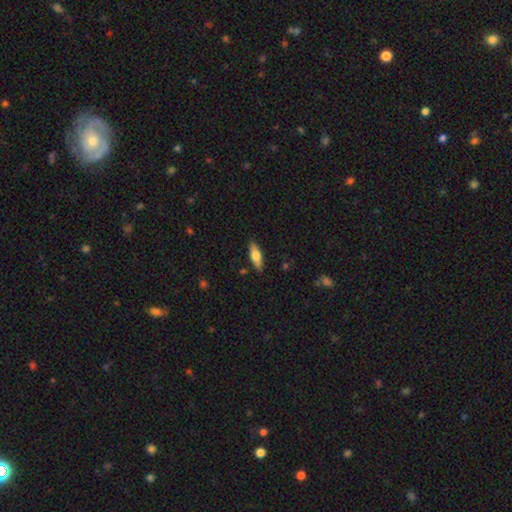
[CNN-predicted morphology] smooth-or-featured: smooth: 62% | featured or disk: 32% | star or artifact: 6%
  how-rounded: in between: 53% | cigar-shaped: 45% | round: 2%
  merging: none: 87% | minor disturbance: 9% | major disturbance: 2% | merger: 1%